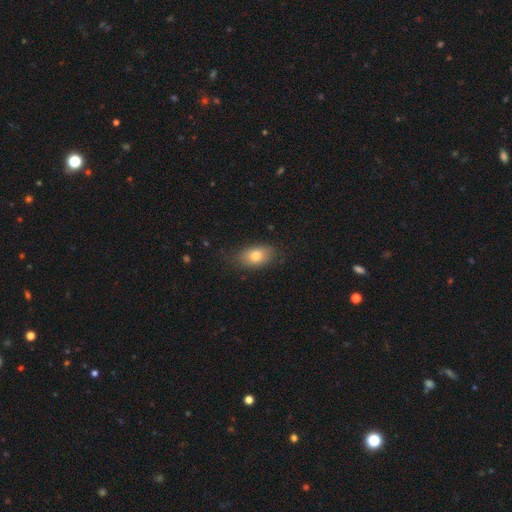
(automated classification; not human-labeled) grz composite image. It shows a smooth galaxy with no disk features (79%) that is in between round and cigar-shaped (87%). Merging: none (79%).